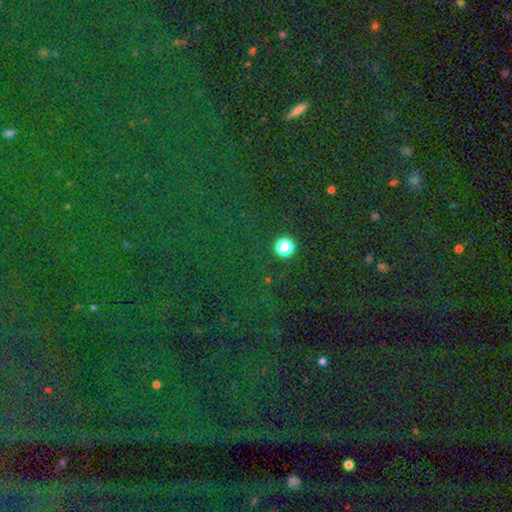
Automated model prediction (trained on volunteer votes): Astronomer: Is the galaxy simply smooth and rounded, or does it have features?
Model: star or artifact — 79%.